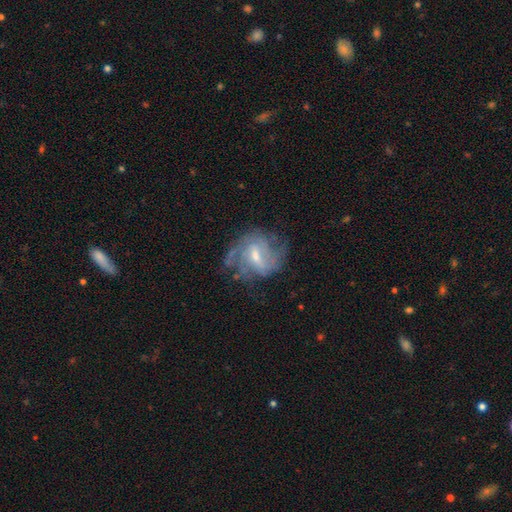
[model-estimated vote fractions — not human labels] Smooth or featured? featured or disk (80%)
Edge-on disk? no (96%)
Bar? weak (56%)
Spiral arms? yes (89%)
Spiral winding? medium (43%)
Spiral arm count? 2 (40%)
Bulge size? moderate (47%)
Merging? none (59%)